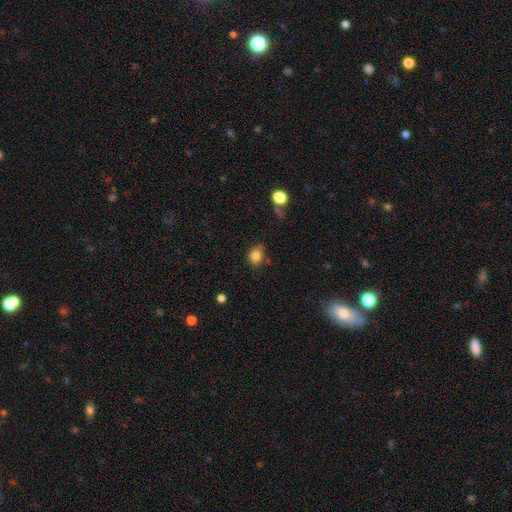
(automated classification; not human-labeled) Morphology: type=smooth (83%); roundness=round (60%); merging=none (70%).